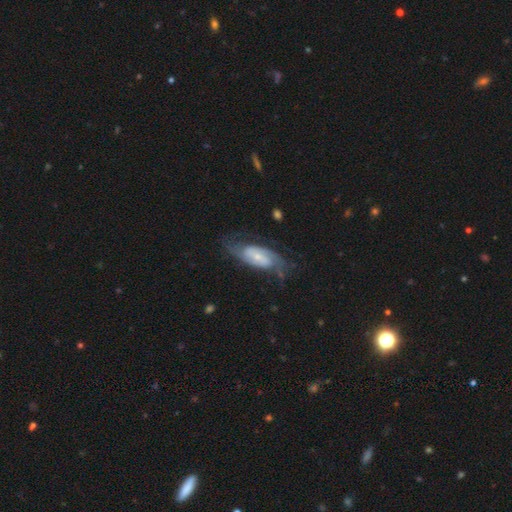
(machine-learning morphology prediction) A featured or disk galaxy (79%) with a weak bar (43%), 2 (73%) medium (45%) spiral arms (93%) and a small central bulge (62%).

Vote fractions:
- Smooth or featured? featured or disk: 79% / smooth: 16% / star or artifact: 6%
- Edge-on disk? no: 93% / yes: 7%
- Bar? weak: 43% / no: 40% / strong: 17%
- Spiral arms? yes: 93% / no: 7%
- Spiral winding? medium: 45% / tight: 31% / loose: 24%
- Spiral arm count? 2: 73% / can't tell: 14% / 3: 6% / 1: 3% / 4: 2% / more than 4: 2%
- Bulge size? small: 62% / moderate: 29% / none: 5% / large: 3% / dominant: 1%
- Merging? none: 63% / minor disturbance: 20% / major disturbance: 15% / merger: 2%